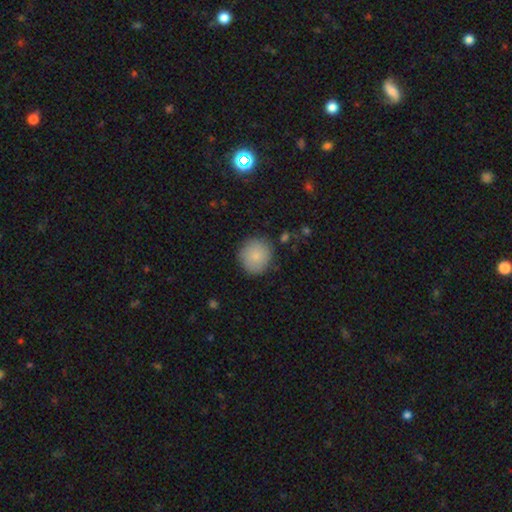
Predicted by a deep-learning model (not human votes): Q: Smooth or featured?
A: smooth (83%); runner-up: featured or disk (10%)
Q: How rounded?
A: round (90%); runner-up: in between (10%)
Q: Merging?
A: none (81%); runner-up: minor disturbance (13%)